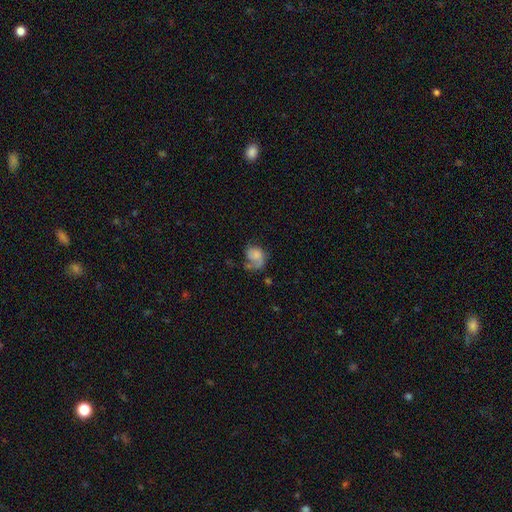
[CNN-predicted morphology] Smooth or featured? smooth (48%)
Merging? major disturbance (37%)